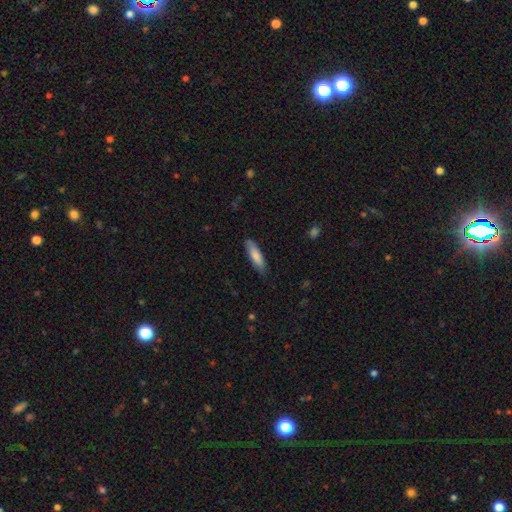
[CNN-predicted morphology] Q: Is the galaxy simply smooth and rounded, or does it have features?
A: smooth — 81%.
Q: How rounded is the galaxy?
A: cigar-shaped — 68%.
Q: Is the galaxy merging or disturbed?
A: none — 82%.